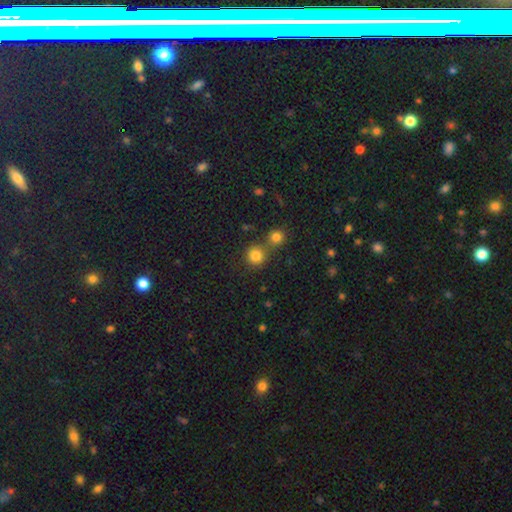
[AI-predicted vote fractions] Q: Smooth or featured?
A: smooth (82%); runner-up: star or artifact (13%)
Q: How rounded?
A: round (92%); runner-up: in between (7%)
Q: Merging?
A: none (65%); runner-up: merger (25%)